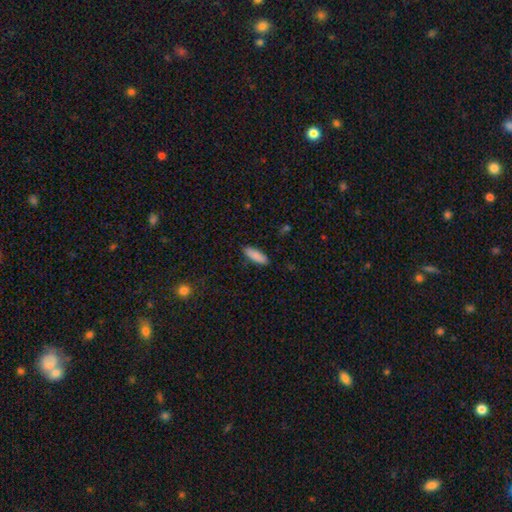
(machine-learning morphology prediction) smooth-or-featured: smooth: 88% | star or artifact: 6% | featured or disk: 5%
  how-rounded: in between: 53% | cigar-shaped: 45% | round: 2%
  merging: none: 88% | minor disturbance: 9% | major disturbance: 2% | merger: 1%